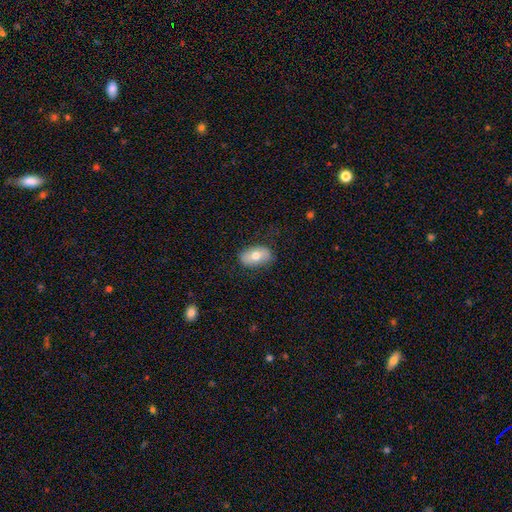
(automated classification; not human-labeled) This appears to be a smooth galaxy with no disk features (68%) that is in between round and cigar-shaped (91%). Merging: none (81%).